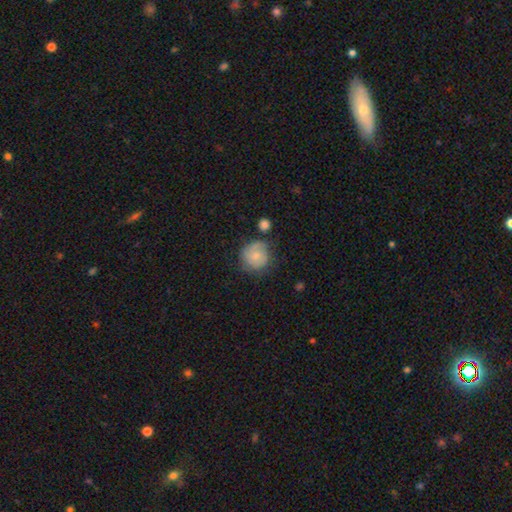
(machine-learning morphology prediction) type=smooth (62%); roundness=round (88%); merging=none (59%).